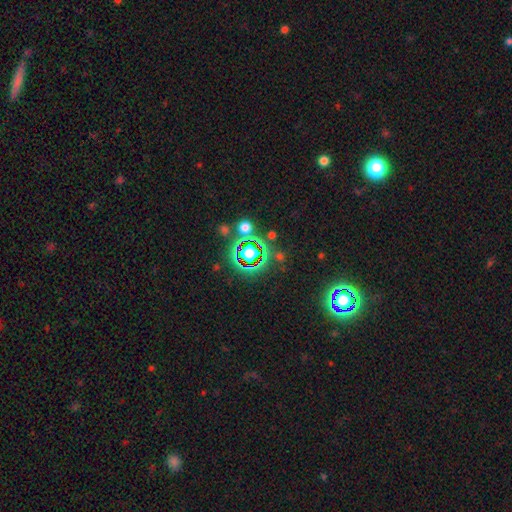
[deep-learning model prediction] This appears to be a star or artifact, not a galaxy (71%).